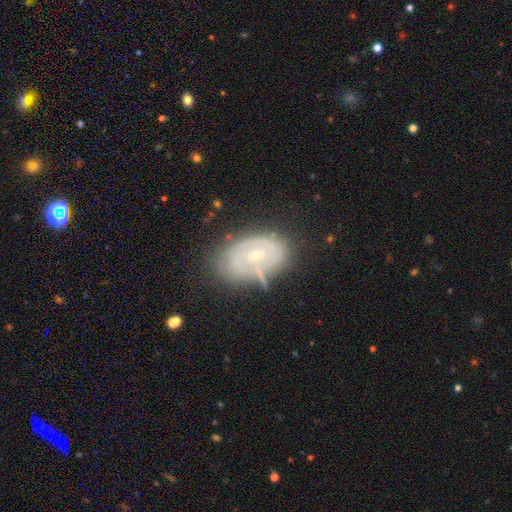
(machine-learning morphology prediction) Smooth or featured?
  - featured or disk: 70% *
  - smooth: 22%
  - star or artifact: 8%
Edge-on disk?
  - no: 95% *
  - yes: 5%
Bar?
  - no: 65% *
  - weak: 28%
  - strong: 7%
Spiral arms?
  - yes: 66% *
  - no: 34%
Bulge size?
  - small: 57% *
  - moderate: 39%
  - large: 1%
  - none: 1%
  - dominant: 1%
Merging?
  - none: 57% *
  - minor disturbance: 27%
  - major disturbance: 11%
  - merger: 5%